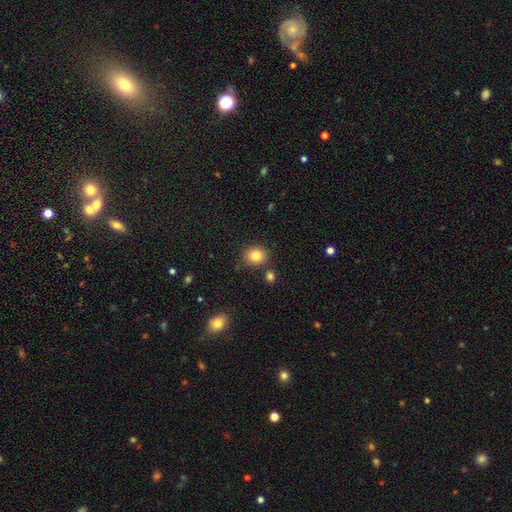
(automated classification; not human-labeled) Smooth or featured?
  - smooth: 83% *
  - star or artifact: 10%
  - featured or disk: 7%
How rounded?
  - round: 75% *
  - in between: 24%
  - cigar-shaped: 1%
Merging?
  - none: 83% *
  - minor disturbance: 8%
  - merger: 6%
  - major disturbance: 2%